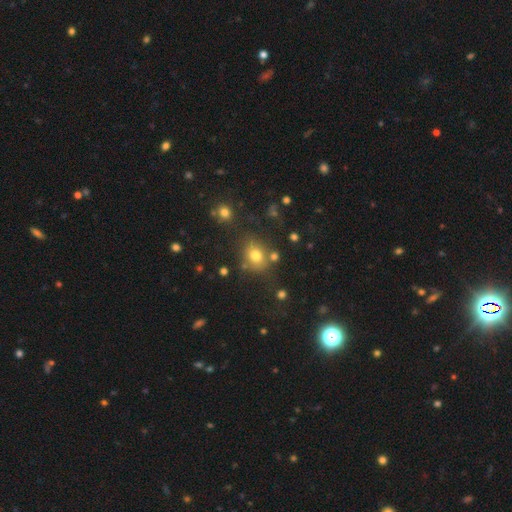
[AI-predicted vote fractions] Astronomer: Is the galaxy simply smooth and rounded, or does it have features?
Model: smooth — 75%.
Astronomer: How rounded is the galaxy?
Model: round — 55% (runner-up: in between, 44%).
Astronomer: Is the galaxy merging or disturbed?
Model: none — 71%.